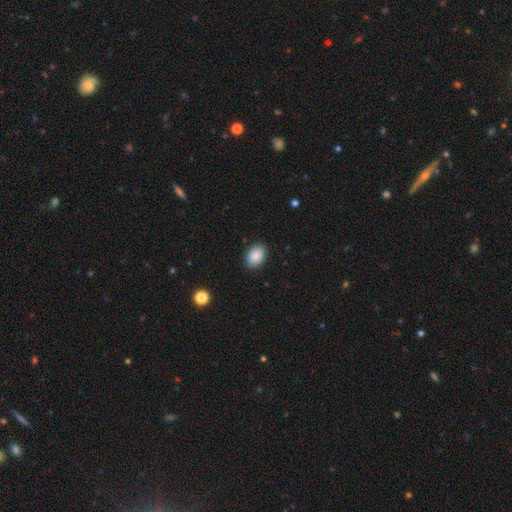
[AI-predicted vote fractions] Q: Smooth or featured?
A: smooth (88%); runner-up: star or artifact (7%)
Q: How rounded?
A: in between (81%); runner-up: round (18%)
Q: Merging?
A: none (87%); runner-up: minor disturbance (9%)